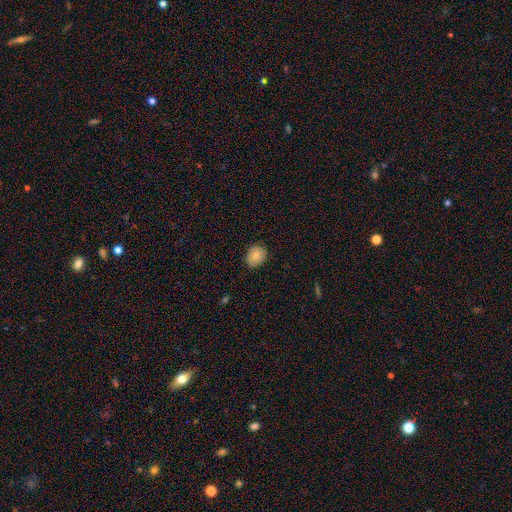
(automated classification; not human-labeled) This appears to be a smooth galaxy with no disk features (84%) that is round (55%). Merging: none (86%).